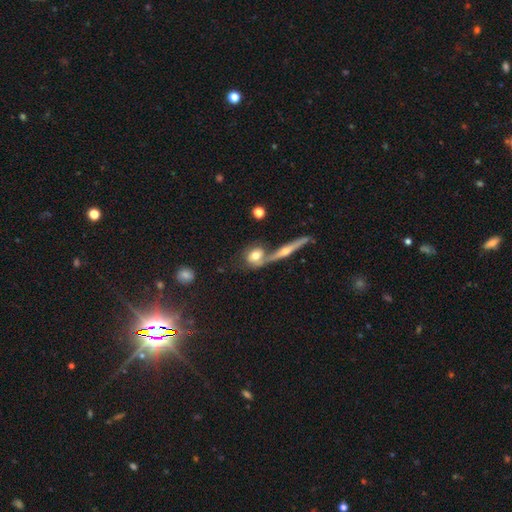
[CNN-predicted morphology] Smooth or featured? Predicted: smooth (p=0.60). How rounded? Predicted: round (p=0.60). Merging? Predicted: none (p=0.44).